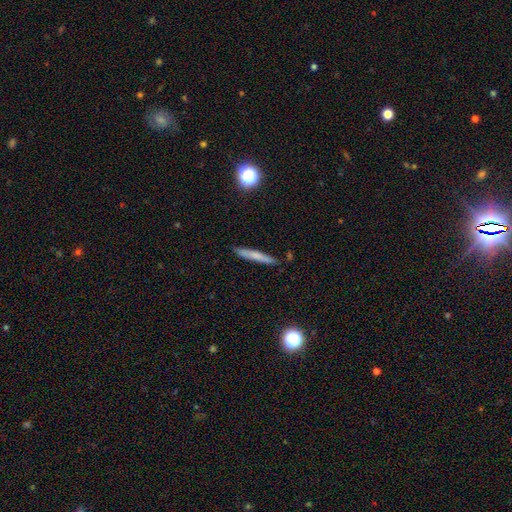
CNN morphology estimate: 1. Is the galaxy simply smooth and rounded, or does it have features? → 64% smooth, 27% featured or disk, 8% star or artifact.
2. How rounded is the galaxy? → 93% cigar-shaped, 4% in between, 2% round.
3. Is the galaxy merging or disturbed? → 89% none, 8% minor disturbance, 2% major disturbance, 2% merger.